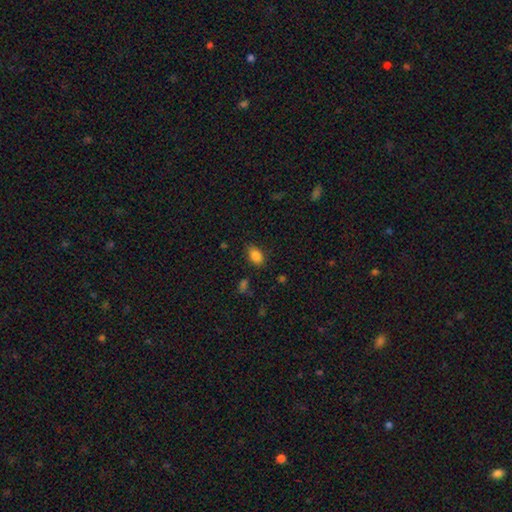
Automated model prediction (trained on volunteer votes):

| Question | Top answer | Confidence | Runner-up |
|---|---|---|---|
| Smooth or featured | smooth | 85% | star or artifact (10%) |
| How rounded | in between | 86% | round (12%) |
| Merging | none | 81% | minor disturbance (14%) |